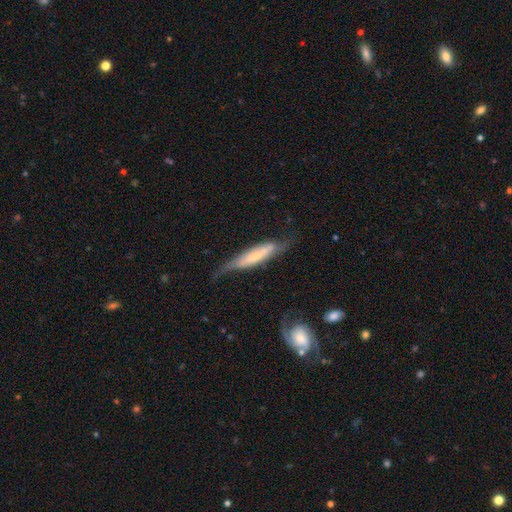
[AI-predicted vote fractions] Smooth or featured? featured or disk (55%)
Edge-on disk? yes (57%)
Merging? none (50%)